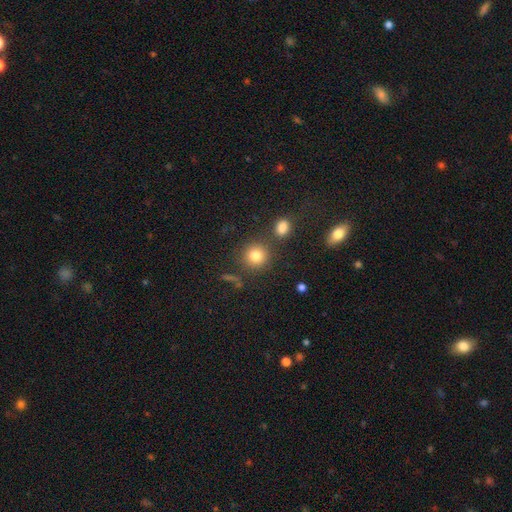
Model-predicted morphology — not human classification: Smooth or featured?
  - smooth: 80% *
  - star or artifact: 12%
  - featured or disk: 8%
How rounded?
  - round: 90% *
  - in between: 9%
  - cigar-shaped: 1%
Merging?
  - none: 77% *
  - merger: 10%
  - minor disturbance: 9%
  - major disturbance: 4%